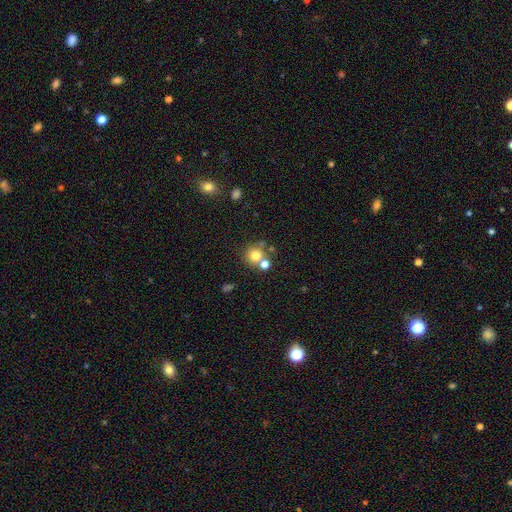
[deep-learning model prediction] A smooth galaxy with no disk features (75%) that is round (89%).

Vote fractions:
- Smooth or featured? smooth: 75% / star or artifact: 14% / featured or disk: 12%
- How rounded? round: 89% / in between: 10% / cigar-shaped: 1%
- Merging? none: 59% / merger: 29% / minor disturbance: 9% / major disturbance: 4%